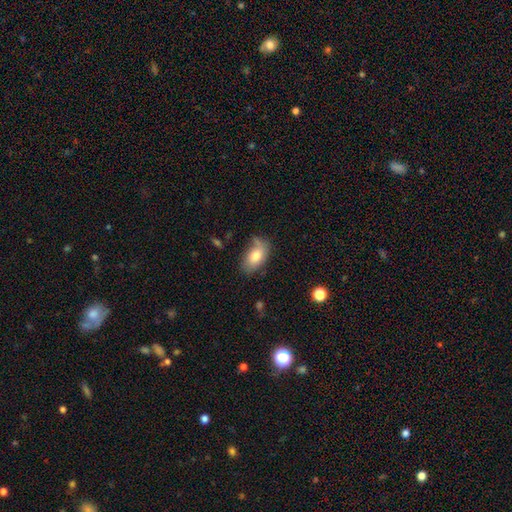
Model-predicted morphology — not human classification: Q: Smooth or featured?
A: smooth (76%); runner-up: featured or disk (17%)
Q: How rounded?
A: in between (92%); runner-up: round (6%)
Q: Merging?
A: none (59%); runner-up: minor disturbance (26%)